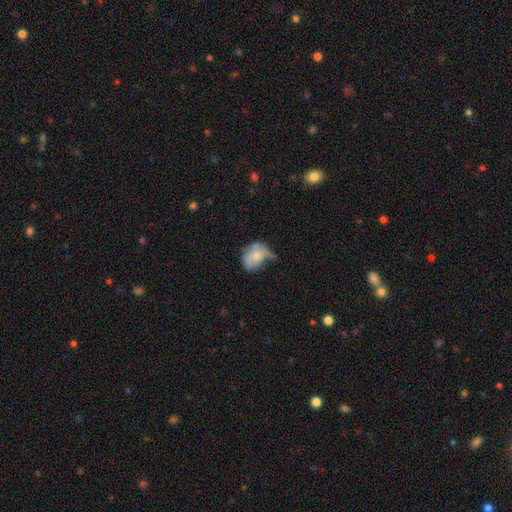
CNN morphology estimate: smooth 55%, featured or disk 36%, star or artifact 9%. Down the decision tree: how rounded — in between (58%); merging — minor disturbance (34%).